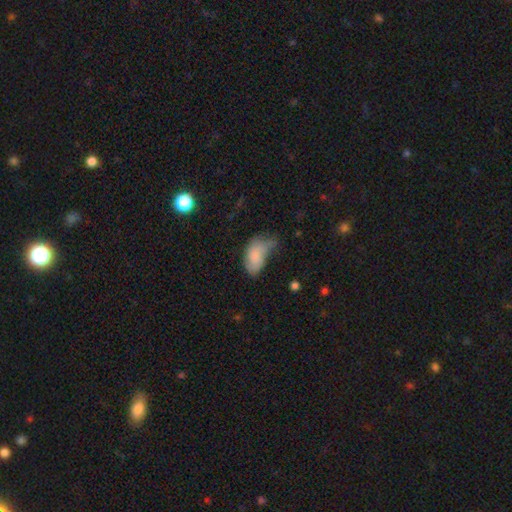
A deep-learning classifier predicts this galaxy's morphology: smooth_or_featured: smooth (p=0.77) [alt: featured or disk p=0.14]
how_rounded: in between (p=0.93) [alt: round p=0.04]
merging: minor disturbance (p=0.39) [alt: major disturbance p=0.29]